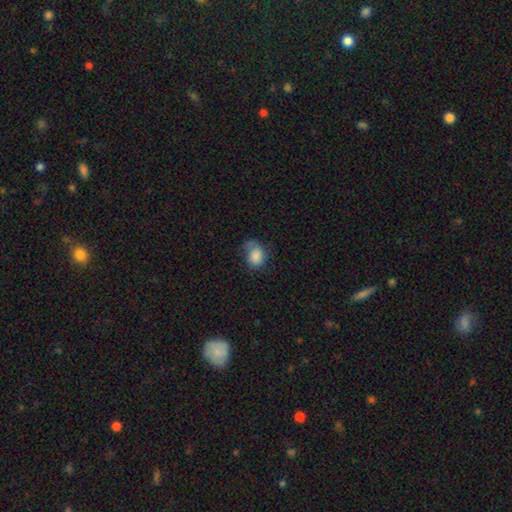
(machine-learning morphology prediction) Smooth or featured? Predicted: smooth (p=0.81). How rounded? Predicted: in between (p=0.66). Merging? Predicted: none (p=0.42).